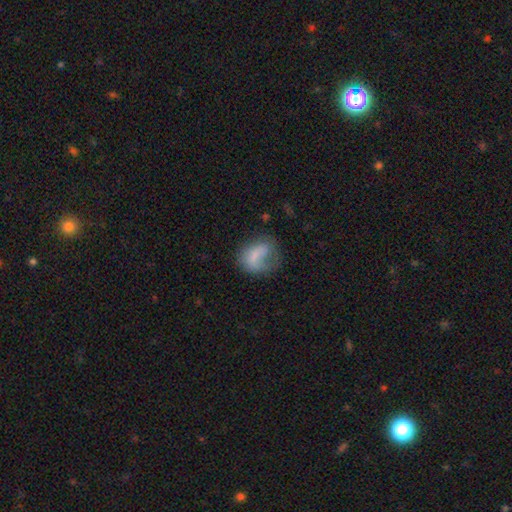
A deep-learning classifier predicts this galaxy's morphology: type=smooth (65%); roundness=in between (62%); merging=major disturbance (37%).